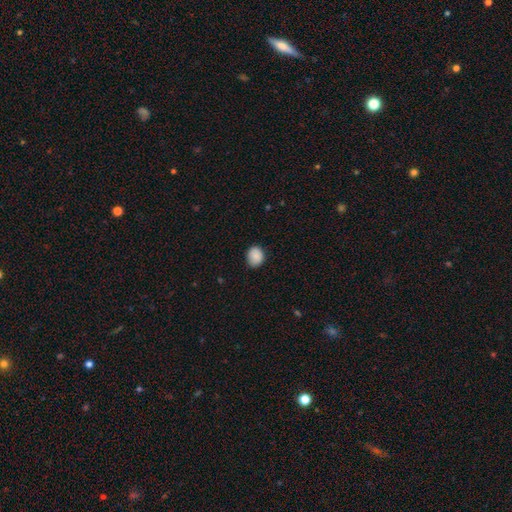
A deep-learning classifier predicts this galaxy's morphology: smooth-or-featured: smooth: 88% | star or artifact: 8% | featured or disk: 4%
  how-rounded: round: 57% | in between: 42% | cigar-shaped: 1%
  merging: none: 82% | minor disturbance: 14% | major disturbance: 2% | merger: 1%